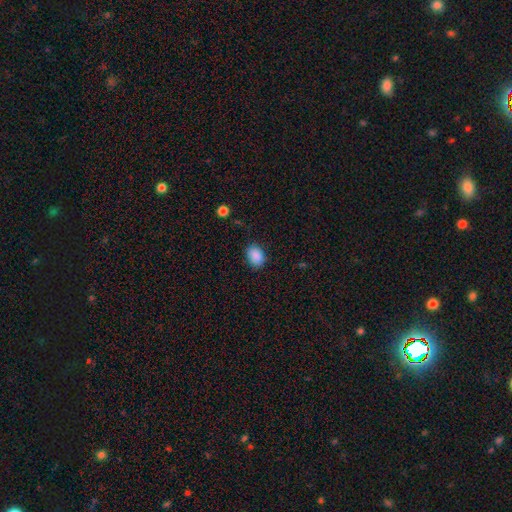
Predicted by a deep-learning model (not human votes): Smooth or featured: smooth — 88% (star or artifact — 9%)
How rounded: in between — 70% (round — 29%)
Merging: none — 79% (minor disturbance — 16%)